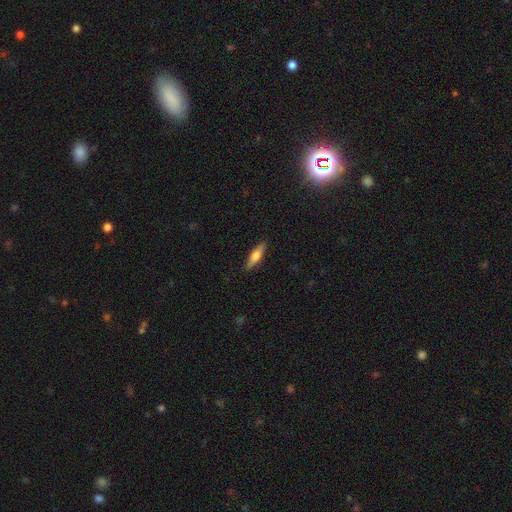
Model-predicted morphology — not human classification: Smooth or featured? Predicted: smooth (p=0.53). How rounded? Predicted: cigar-shaped (p=0.67). Merging? Predicted: none (p=0.88).